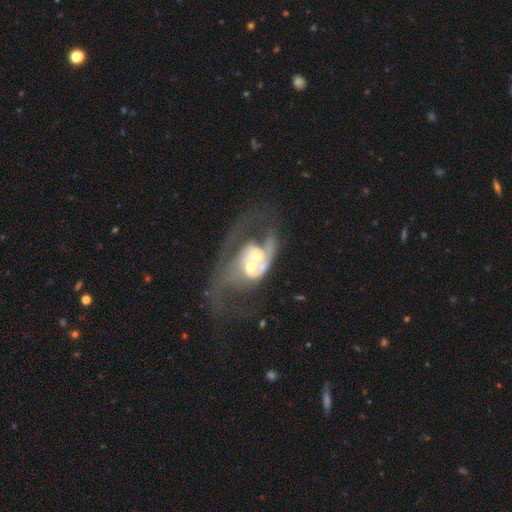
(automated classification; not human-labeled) A featured or disk galaxy (74%) with no bar (75%), spiral arms (65%) and a moderate central bulge (61%).

Vote fractions:
- Smooth or featured? featured or disk: 74% / smooth: 18% / star or artifact: 7%
- Edge-on disk? no: 97% / yes: 3%
- Bar? no: 75% / weak: 19% / strong: 5%
- Spiral arms? yes: 65% / no: 35%
- Bulge size? moderate: 61% / small: 22% / large: 12% / none: 3% / dominant: 2%
- Merging? merger: 68% / major disturbance: 20% / none: 8% / minor disturbance: 5%